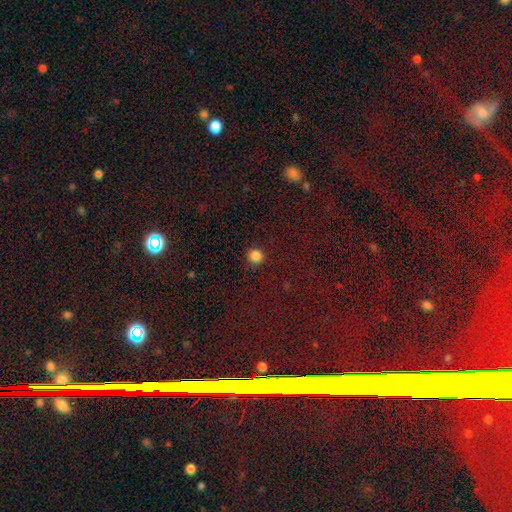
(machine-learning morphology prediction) This appears to be a smooth galaxy with no disk features (84%) that is round (93%). Merging: none (90%).